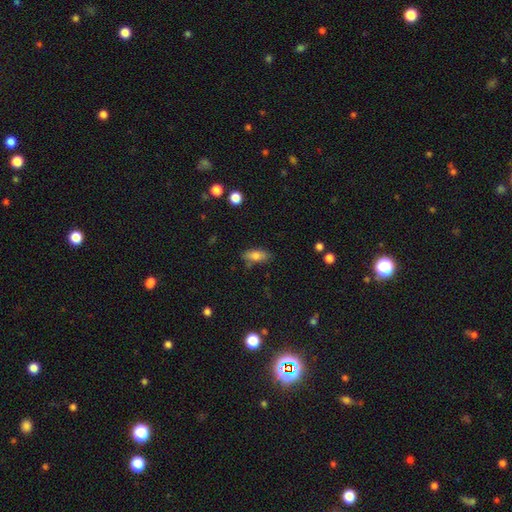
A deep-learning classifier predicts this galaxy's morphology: This appears to be a smooth galaxy with no disk features (77%) that is in between round and cigar-shaped (81%). Merging: none (79%).